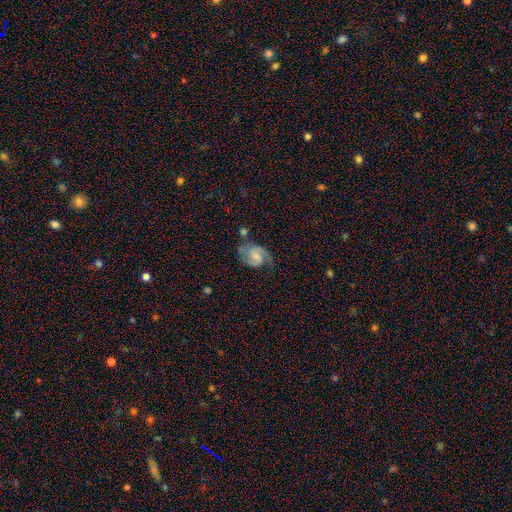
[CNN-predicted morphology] Overall: featured or disk (85%). Edge-on disk: no (98%). Bar: weak (47%; no 44%). Spiral arms: yes (97%). Spiral arm count: 2 (87%). Spiral winding: medium (54%; tight 30%). Bulge size: small (46%; moderate 28%). Merging: none (64%).